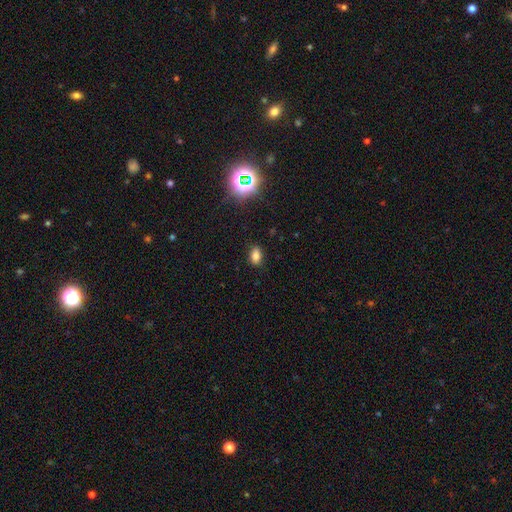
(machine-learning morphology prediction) Q: Smooth or featured?
A: smooth (78%); runner-up: star or artifact (16%)
Q: How rounded?
A: in between (84%); runner-up: round (13%)
Q: Merging?
A: none (87%); runner-up: minor disturbance (10%)